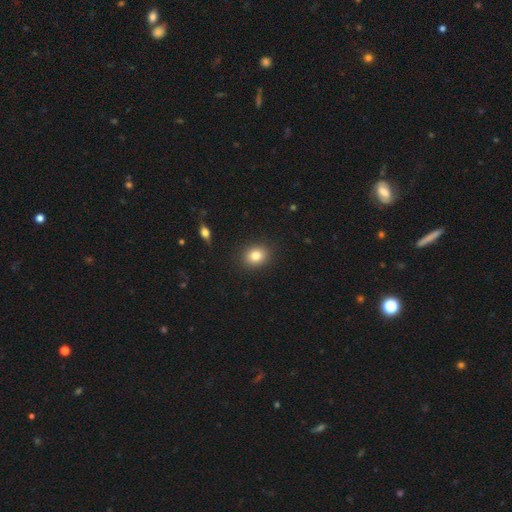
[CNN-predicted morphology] Q: Smooth or featured?
A: smooth (83%); runner-up: star or artifact (10%)
Q: How rounded?
A: round (59%); runner-up: in between (40%)
Q: Merging?
A: none (89%); runner-up: minor disturbance (7%)